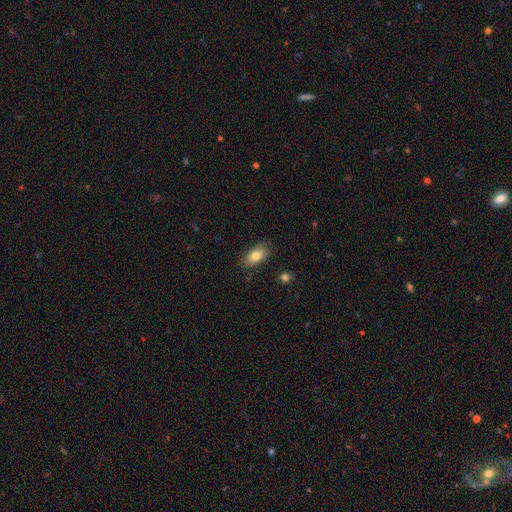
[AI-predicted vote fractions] Smooth or featured? Predicted: smooth (p=0.79). How rounded? Predicted: in between (p=0.89). Merging? Predicted: none (p=0.82).